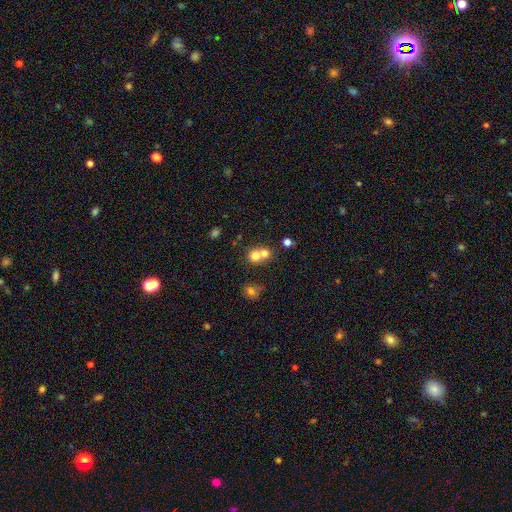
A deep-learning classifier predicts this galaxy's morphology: type=smooth (74%); roundness=round (80%); merging=merger (59%).